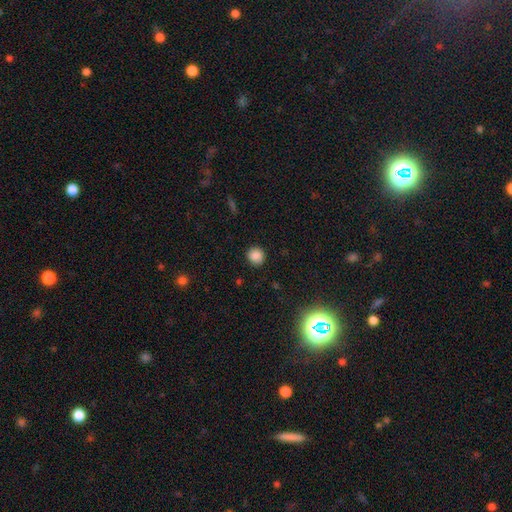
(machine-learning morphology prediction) smooth-or-featured: smooth: 85% | star or artifact: 11% | featured or disk: 4%
  how-rounded: round: 89% | in between: 10% | cigar-shaped: 1%
  merging: none: 89% | minor disturbance: 7% | major disturbance: 2% | merger: 1%